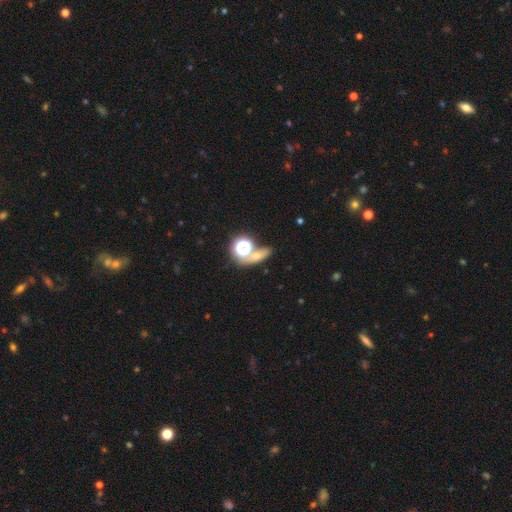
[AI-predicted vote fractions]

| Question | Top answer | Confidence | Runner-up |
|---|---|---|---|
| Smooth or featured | smooth | 51% | star or artifact (33%) |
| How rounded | round | 44% | in between (40%) |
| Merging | none | 61% | merger (23%) |